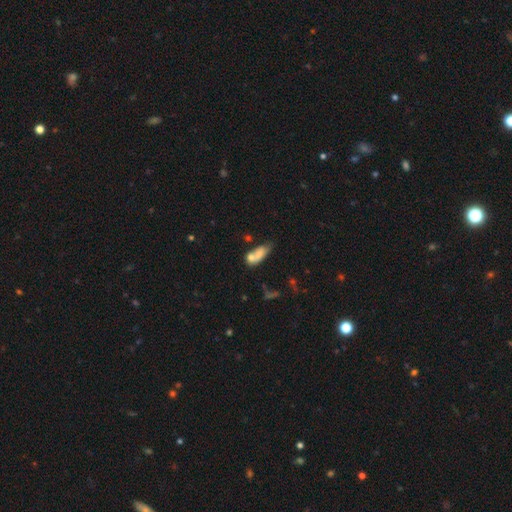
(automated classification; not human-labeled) This appears to be a smooth galaxy with no disk features (68%) that is in between round and cigar-shaped (74%). Merging: merger (44%).